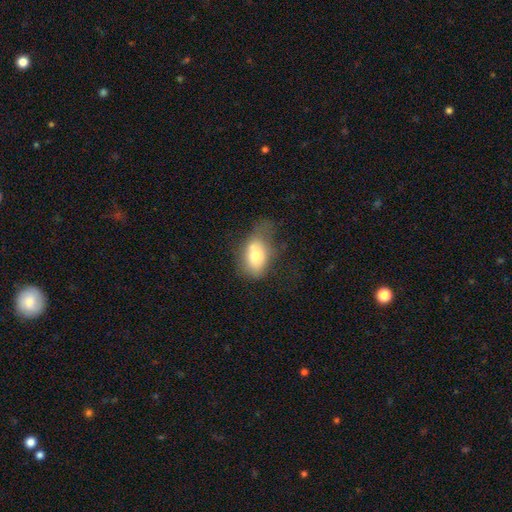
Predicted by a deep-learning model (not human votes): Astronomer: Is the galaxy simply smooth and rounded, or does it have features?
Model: smooth — 69%.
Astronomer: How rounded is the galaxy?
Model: in between — 81%.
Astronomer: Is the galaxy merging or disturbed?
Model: minor disturbance — 31%, tied with none at 31%.